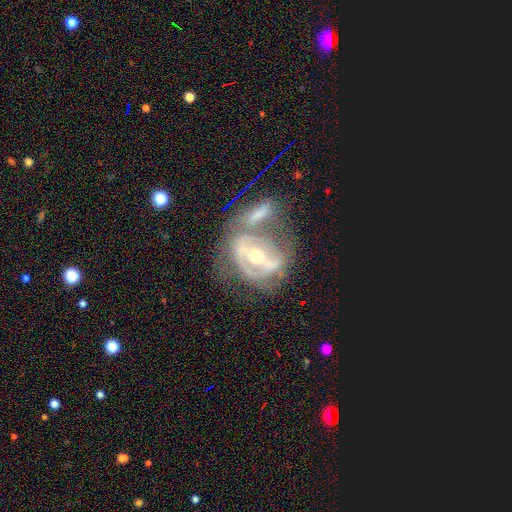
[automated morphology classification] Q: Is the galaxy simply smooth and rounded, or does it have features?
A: featured or disk — 83%.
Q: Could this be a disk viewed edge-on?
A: no — 94%.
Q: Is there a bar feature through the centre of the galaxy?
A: strong — 62%.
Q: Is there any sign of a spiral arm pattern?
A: yes — 70%.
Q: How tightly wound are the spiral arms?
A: tight — 49%.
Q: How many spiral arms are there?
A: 2 — 55%.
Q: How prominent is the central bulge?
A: moderate — 56%.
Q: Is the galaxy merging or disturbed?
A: merger — 41%.